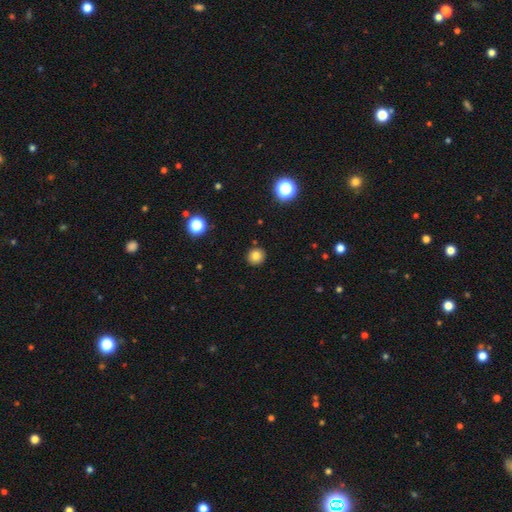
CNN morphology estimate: A smooth galaxy with no disk features (80%) that is round (91%). Merging: none (91%).